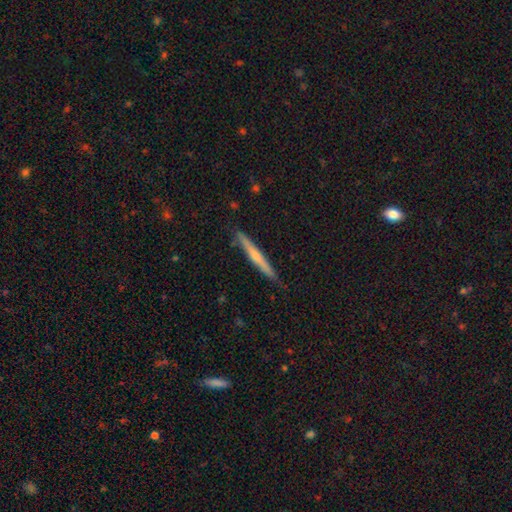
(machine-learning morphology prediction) A featured or disk galaxy (56%) viewed edge-on (97%) with a rounded central bulge (61%).

Vote fractions:
- Smooth or featured? featured or disk: 56% / smooth: 38% / star or artifact: 6%
- Edge-on disk? yes: 97% / no: 3%
- Edge-on bulge? rounded: 61% / none: 35% / boxy: 4%
- Merging? none: 87% / minor disturbance: 10% / major disturbance: 2% / merger: 1%